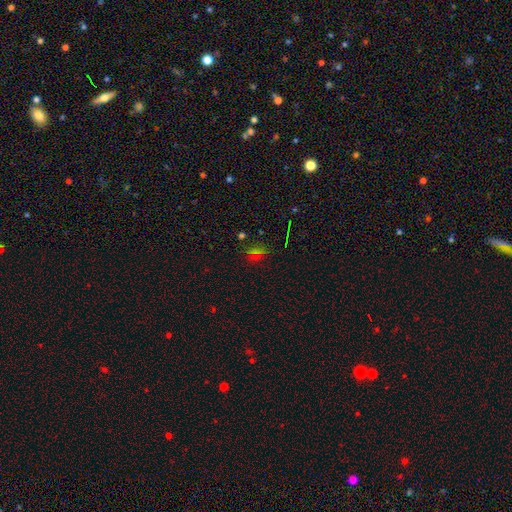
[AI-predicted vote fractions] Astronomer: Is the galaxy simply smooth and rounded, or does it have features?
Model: star or artifact — 49% (runner-up: smooth, 40%).